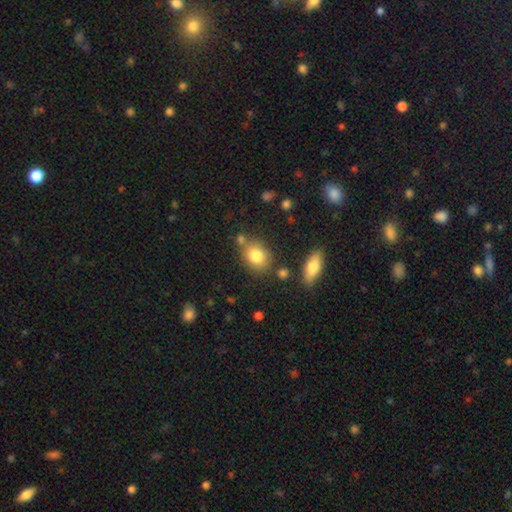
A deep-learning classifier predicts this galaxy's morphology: Q: Smooth or featured?
A: smooth (81%); runner-up: featured or disk (10%)
Q: How rounded?
A: in between (52%); runner-up: round (46%)
Q: Merging?
A: none (67%); runner-up: minor disturbance (15%)